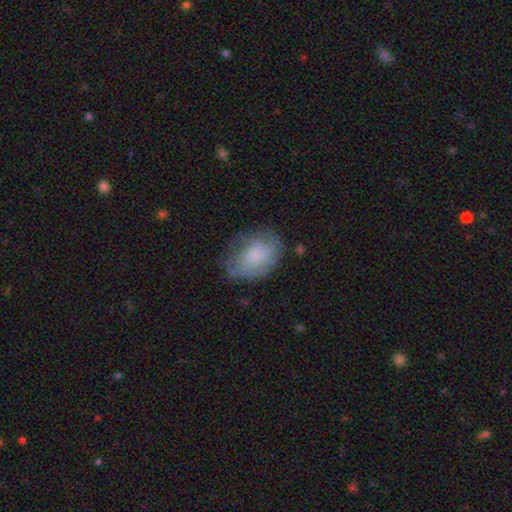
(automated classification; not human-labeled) smooth_or_featured: smooth (p=0.52) [alt: featured or disk p=0.40]
how_rounded: in between (p=0.77) [alt: round p=0.21]
merging: none (p=0.60) [alt: minor disturbance p=0.26]